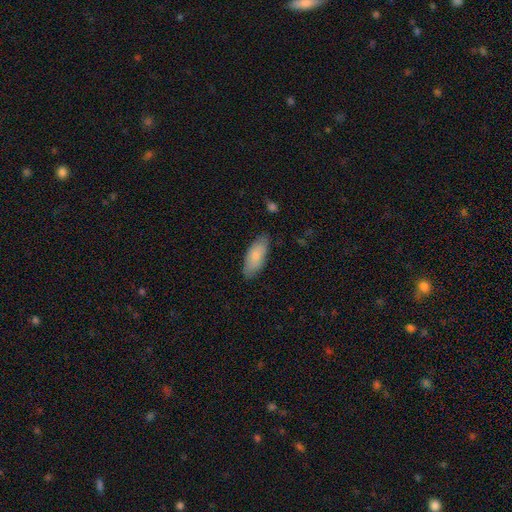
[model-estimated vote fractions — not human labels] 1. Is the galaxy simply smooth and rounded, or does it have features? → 83% smooth, 11% featured or disk, 5% star or artifact.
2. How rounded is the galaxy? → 82% in between, 17% cigar-shaped, 2% round.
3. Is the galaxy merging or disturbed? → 81% none, 15% minor disturbance, 3% major disturbance, 1% merger.